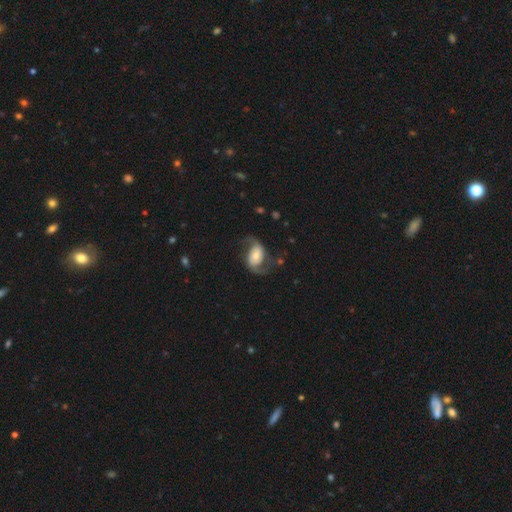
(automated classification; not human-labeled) The model was most divided on "bulge size": moderate: 48%, small: 37%, large: 10%, dominant: 3%, none: 2%. More confident: edge-on disk — no (97%); spiral arms — yes (95%); spiral arm count — 2 (92%); smooth or featured — featured or disk (81%); merging — none (66%); spiral winding — loose (58%); bar — no (54%).